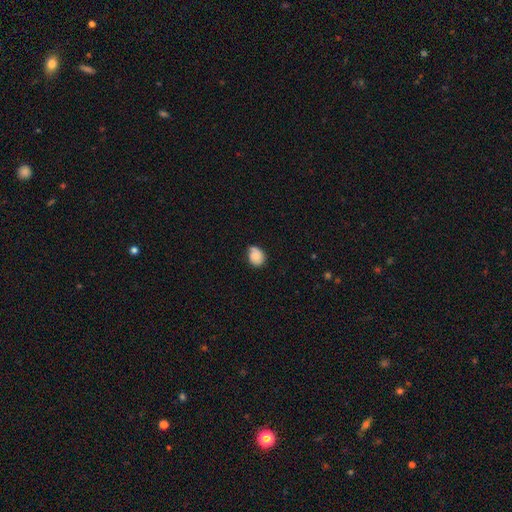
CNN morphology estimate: smooth-or-featured: smooth: 73% | featured or disk: 19% | star or artifact: 9%
  how-rounded: round: 53% | in between: 46% | cigar-shaped: 1%
  merging: none: 56% | minor disturbance: 33% | major disturbance: 8% | merger: 3%